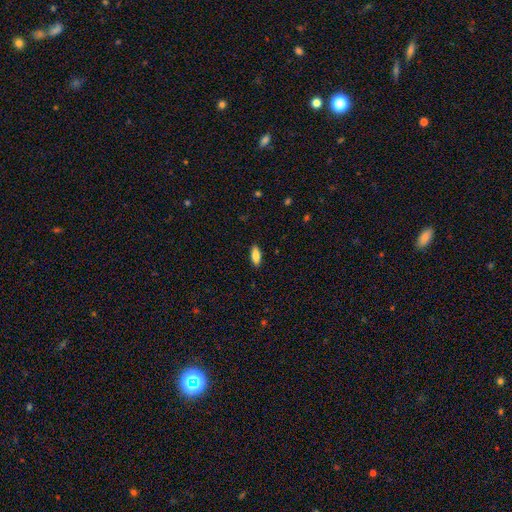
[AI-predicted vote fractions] This is clearly a smooth galaxy (84%). How rounded: clearly in between (81%). Merging: clearly none (88%).